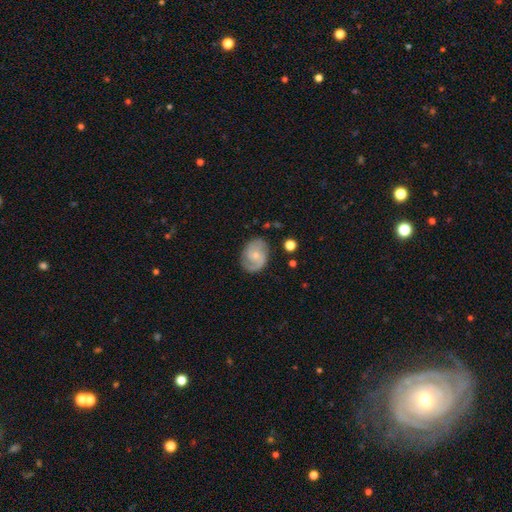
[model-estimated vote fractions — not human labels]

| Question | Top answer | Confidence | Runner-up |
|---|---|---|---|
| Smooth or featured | featured or disk | 77% | smooth (17%) |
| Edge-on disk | no | 98% | yes (2%) |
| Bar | no | 65% | weak (30%) |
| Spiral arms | yes | 94% | no (6%) |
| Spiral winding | medium | 47% | tight (37%) |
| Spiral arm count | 2 | 80% | can't tell (8%) |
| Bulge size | small | 67% | moderate (27%) |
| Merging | none | 78% | minor disturbance (16%) |